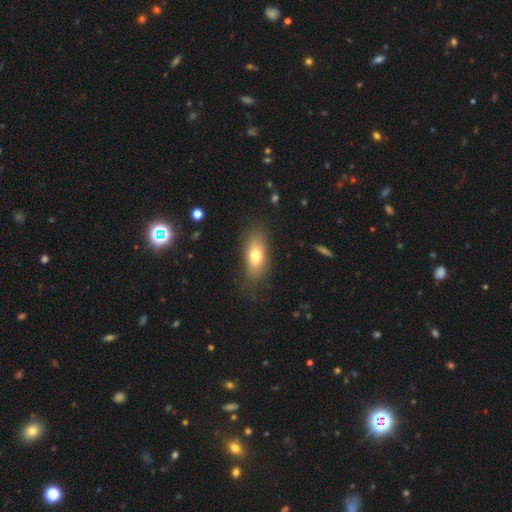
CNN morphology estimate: smooth_or_featured: smooth (p=0.73) [alt: featured or disk p=0.19]
how_rounded: in between (p=0.79) [alt: cigar-shaped p=0.15]
merging: none (p=0.79) [alt: minor disturbance p=0.14]